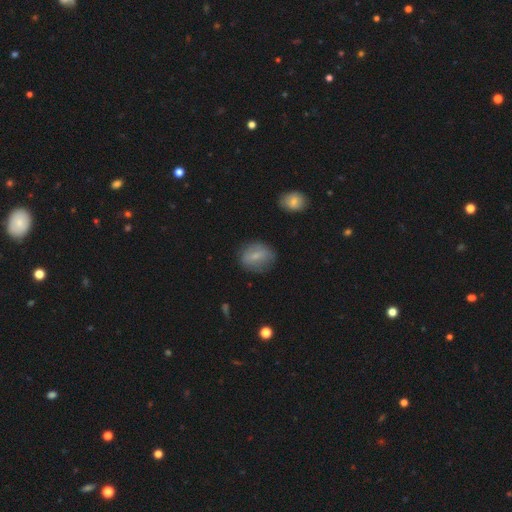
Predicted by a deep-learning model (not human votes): Smooth or featured? Predicted: smooth (p=0.63). How rounded? Predicted: in between (p=0.54). Merging? Predicted: none (p=0.76).